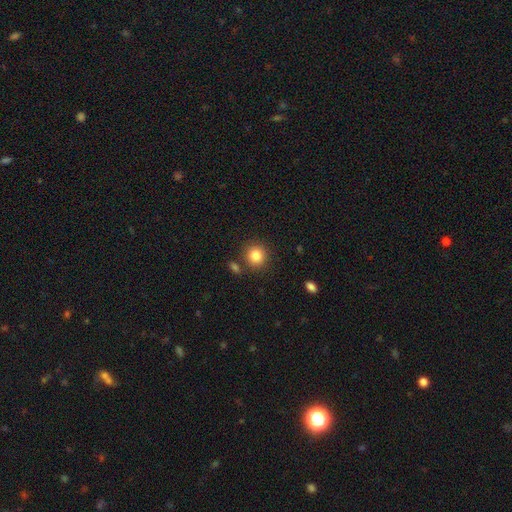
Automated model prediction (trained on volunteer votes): A smooth galaxy with no disk features (84%) that is round (89%).

Vote fractions:
- Smooth or featured? smooth: 84% / star or artifact: 10% / featured or disk: 6%
- How rounded? round: 89% / in between: 10% / cigar-shaped: 1%
- Merging? none: 82% / minor disturbance: 8% / merger: 6% / major disturbance: 3%